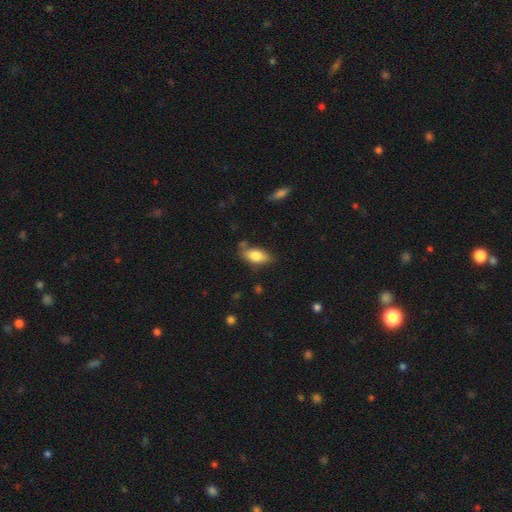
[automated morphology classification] The model was most divided on "merging": none: 70%, minor disturbance: 21%, merger: 5%, major disturbance: 5%. More confident: how rounded — in between (87%); smooth or featured — smooth (79%).